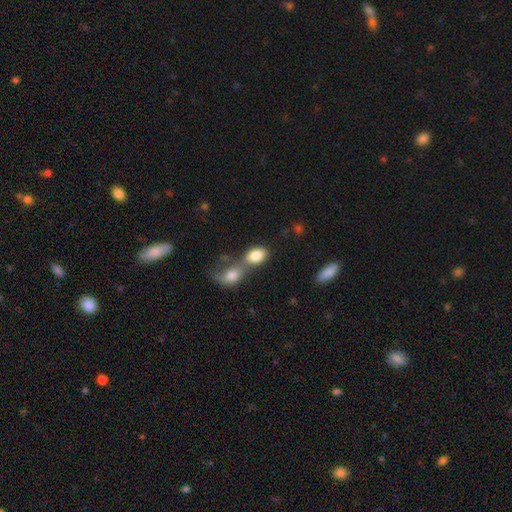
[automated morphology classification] smooth_or_featured: smooth (p=0.84) [alt: featured or disk p=0.09]
how_rounded: in between (p=0.86) [alt: round p=0.12]
merging: merger (p=0.65) [alt: none p=0.22]